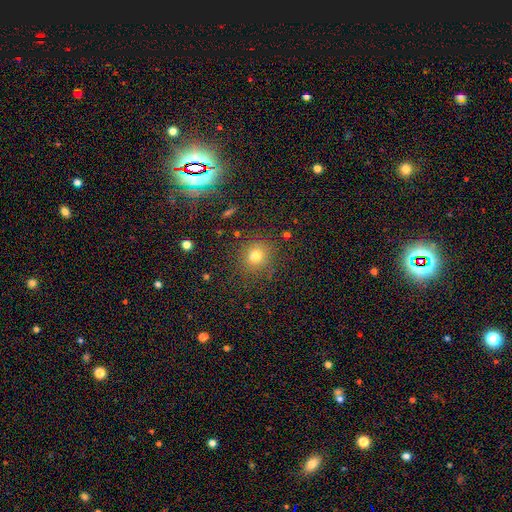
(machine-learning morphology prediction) Smooth or featured? smooth (74%)
How rounded? round (83%)
Merging? none (84%)